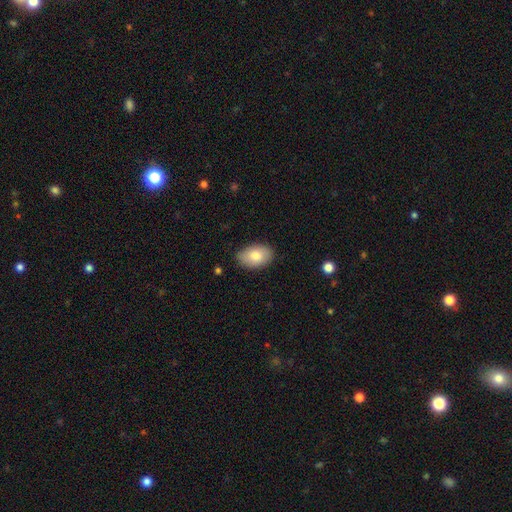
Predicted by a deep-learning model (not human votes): Smooth or featured? Predicted: smooth (p=0.79). How rounded? Predicted: in between (p=0.89). Merging? Predicted: none (p=0.83).